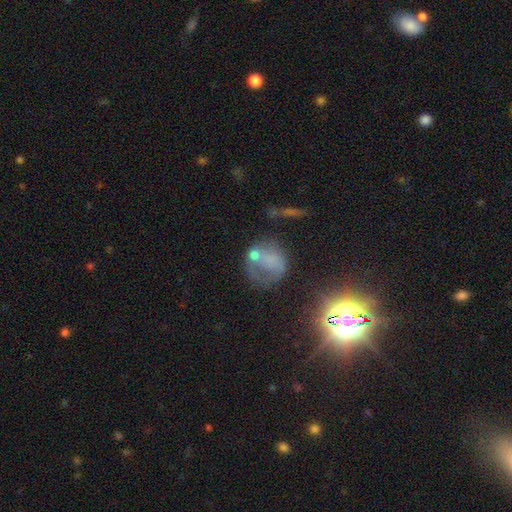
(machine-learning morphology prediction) Smooth or featured? smooth (51%)
How rounded? round (68%)
Merging? none (35%)